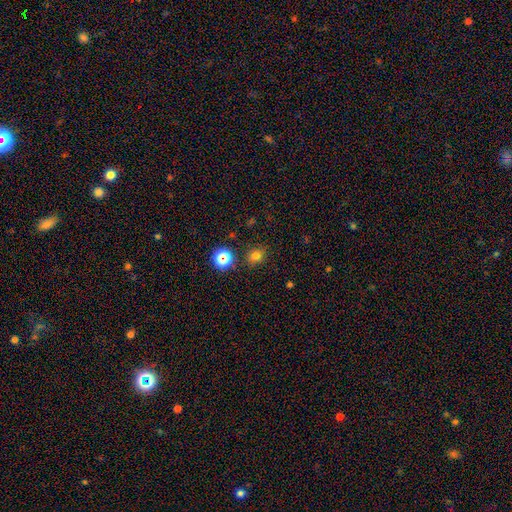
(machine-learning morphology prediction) smooth_or_featured: smooth (p=0.75) [alt: star or artifact p=0.19]
how_rounded: round (p=0.74) [alt: in between p=0.25]
merging: none (p=0.86) [alt: minor disturbance p=0.09]